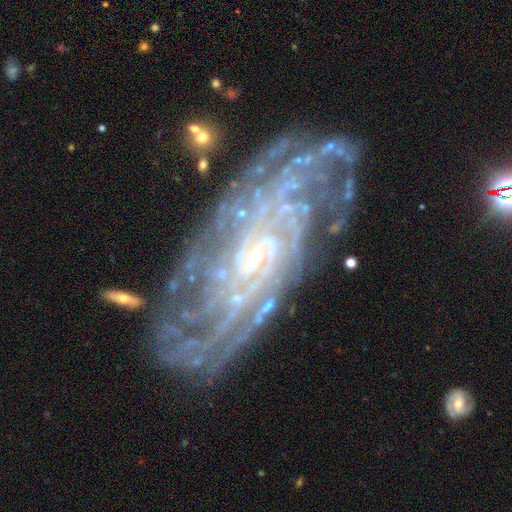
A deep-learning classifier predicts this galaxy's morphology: type=featured or disk (88%); edge-on=no (94%); bar=no (58%); spiral arms=yes (97%); winding=tight (74%); arm count=more than 4 (29%, tied with can't tell); bulge=small (76%); merging=none (76%).